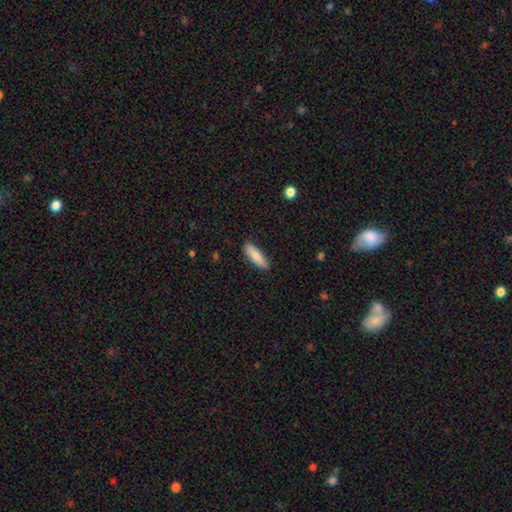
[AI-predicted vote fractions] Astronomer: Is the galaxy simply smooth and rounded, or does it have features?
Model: smooth — 82%.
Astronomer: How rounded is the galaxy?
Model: cigar-shaped — 57% (runner-up: in between, 42%).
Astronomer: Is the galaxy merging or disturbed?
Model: none — 88%.